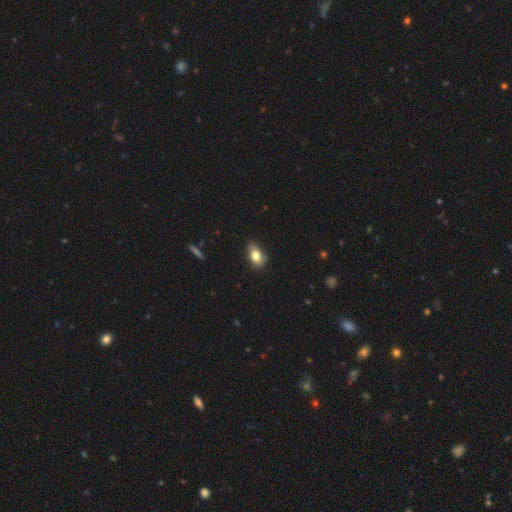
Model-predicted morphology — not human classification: A smooth galaxy with no disk features (76%) that is in between round and cigar-shaped (86%). Merging: none (71%).